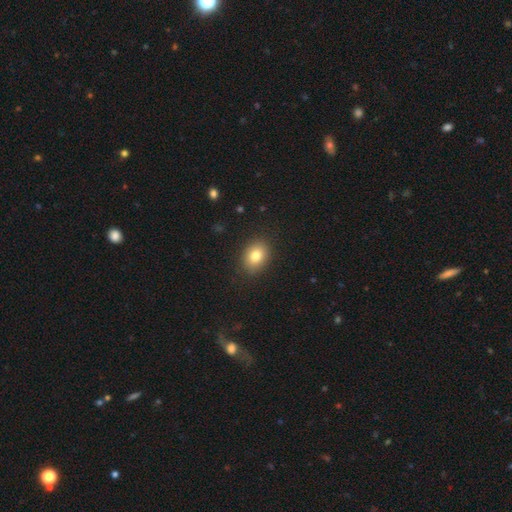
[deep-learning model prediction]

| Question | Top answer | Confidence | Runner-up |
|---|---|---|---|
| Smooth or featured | smooth | 81% | star or artifact (10%) |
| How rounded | in between | 61% | round (38%) |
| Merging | none | 87% | minor disturbance (9%) |